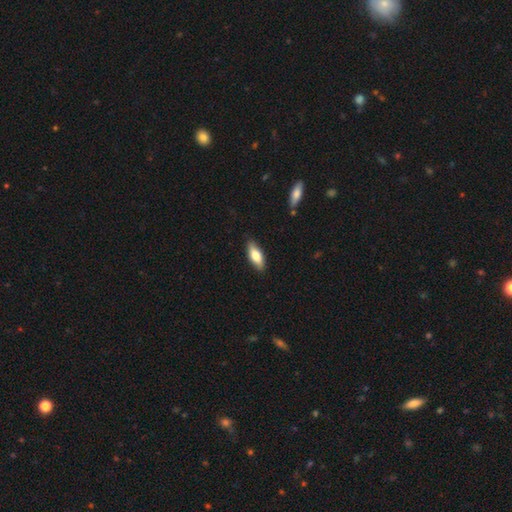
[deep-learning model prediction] A smooth galaxy with no disk features (72%) that is in between round and cigar-shaped (72%).

Vote fractions:
- Smooth or featured? smooth: 72% / featured or disk: 22% / star or artifact: 6%
- How rounded? in between: 72% / cigar-shaped: 26% / round: 2%
- Merging? none: 85% / minor disturbance: 12% / major disturbance: 2% / merger: 1%